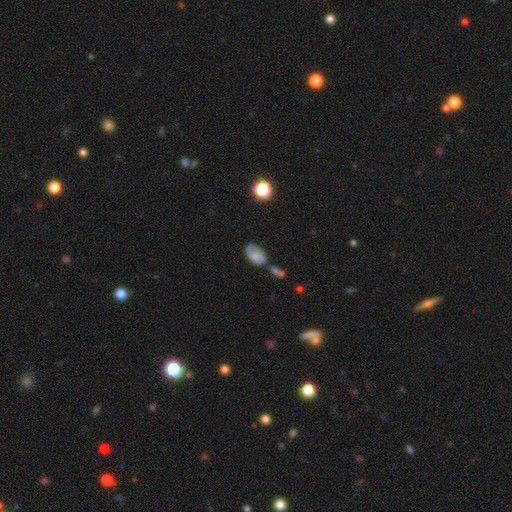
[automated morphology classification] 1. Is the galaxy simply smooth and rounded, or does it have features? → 68% smooth, 21% featured or disk, 11% star or artifact.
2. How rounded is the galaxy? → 88% in between, 10% round, 2% cigar-shaped.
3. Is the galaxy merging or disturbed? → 41% none, 28% minor disturbance, 16% merger, 14% major disturbance.